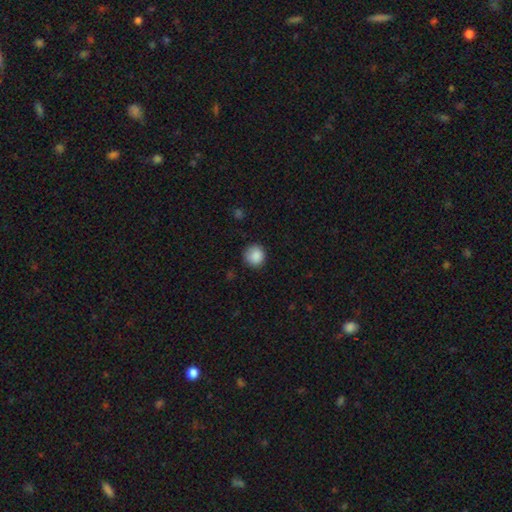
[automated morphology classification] Overall: smooth (88%). How rounded: round (92%). Merging: none (83%).